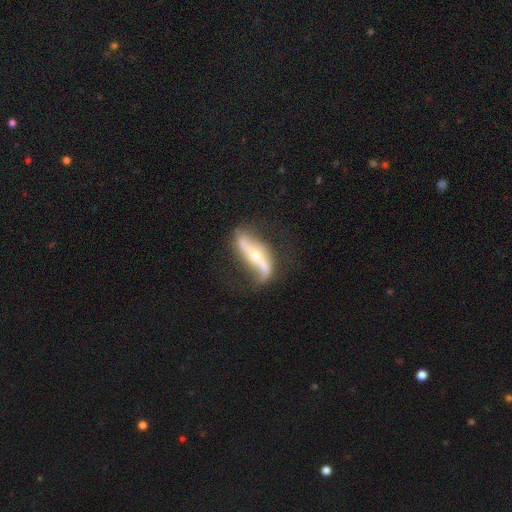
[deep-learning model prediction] The model was most divided on "bulge size": small: 54%, moderate: 41%, large: 2%, none: 1%, dominant: 1%. More confident: spiral arm count — 2 (90%); spiral arms — yes (88%); spiral winding — loose (86%); smooth or featured — featured or disk (83%); edge-on disk — no (76%); merging — none (64%); bar — strong (54%).